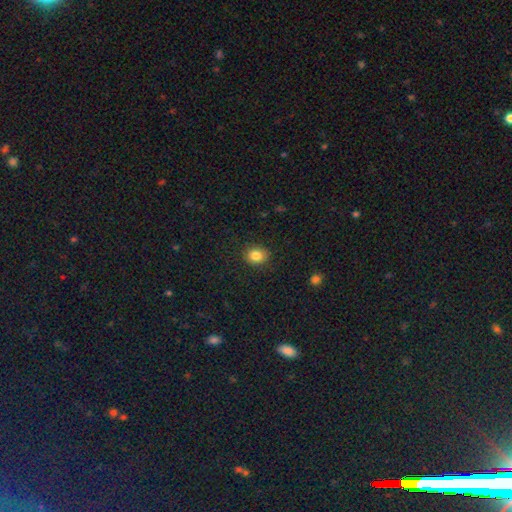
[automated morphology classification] type=smooth (84%); roundness=round (66%); merging=none (89%).